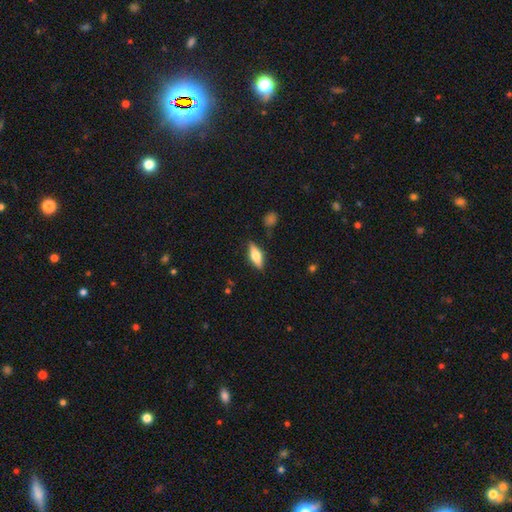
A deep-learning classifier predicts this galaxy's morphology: This is possibly a smooth galaxy (47%). Merging: clearly none (85%).